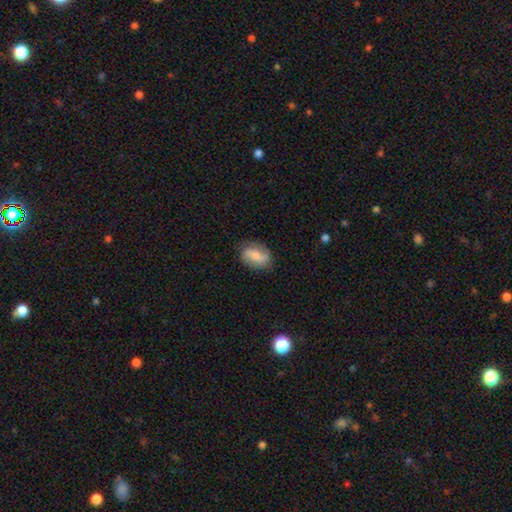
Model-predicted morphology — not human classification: Smooth or featured? featured or disk (52%)
Edge-on disk? no (95%)
Merging? none (80%)